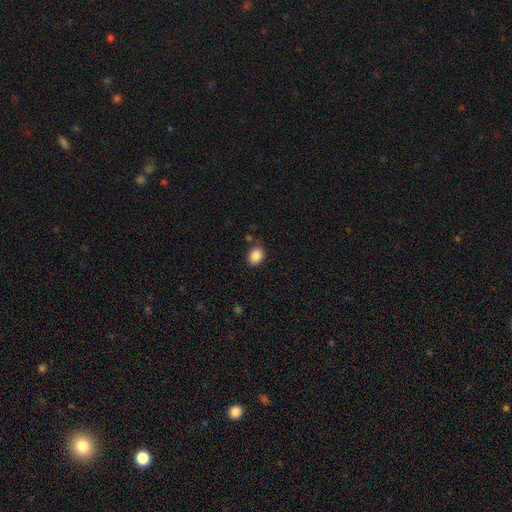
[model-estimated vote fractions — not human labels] Morphology: type=smooth (87%); roundness=in between (60%); merging=none (76%).